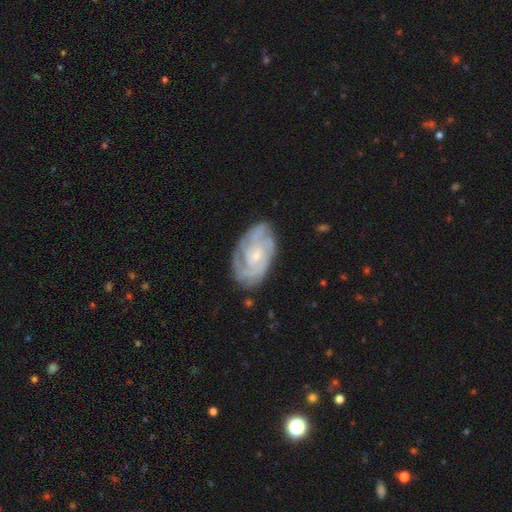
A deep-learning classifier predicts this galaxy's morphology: A featured or disk galaxy (81%) with no bar (69%), tight (66%) spiral arms (95%) and a small central bulge (69%). Merging: none (75%).